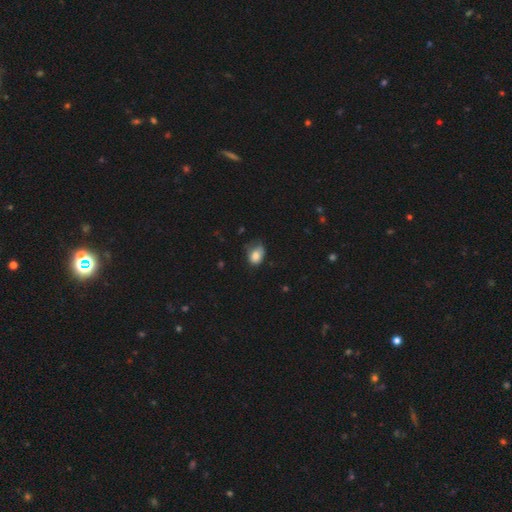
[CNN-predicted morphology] This is likely a smooth galaxy (79%). How rounded: likely in between (71%). Merging: marginally minor disturbance (40%).